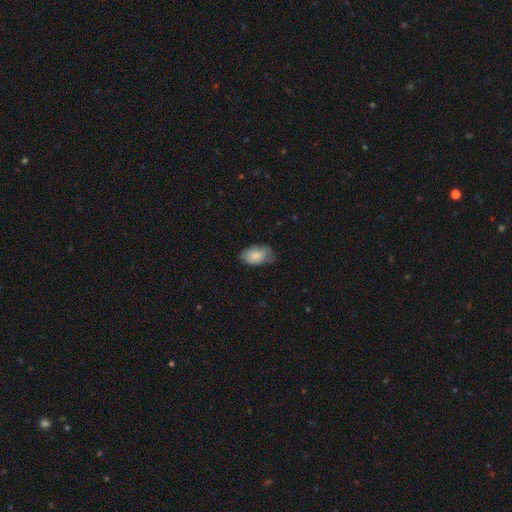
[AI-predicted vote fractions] Morphology: type=smooth (81%); roundness=in between (92%); merging=none (65%).